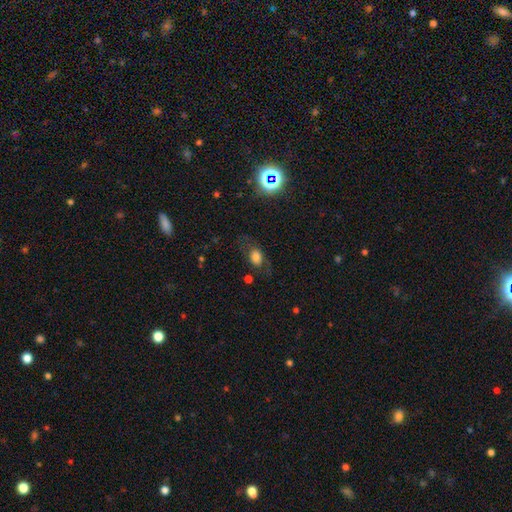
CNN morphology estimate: smooth-or-featured: smooth: 65% | featured or disk: 20% | star or artifact: 15%
  how-rounded: in between: 74% | round: 24% | cigar-shaped: 2%
  merging: none: 59% | minor disturbance: 20% | major disturbance: 18% | merger: 3%